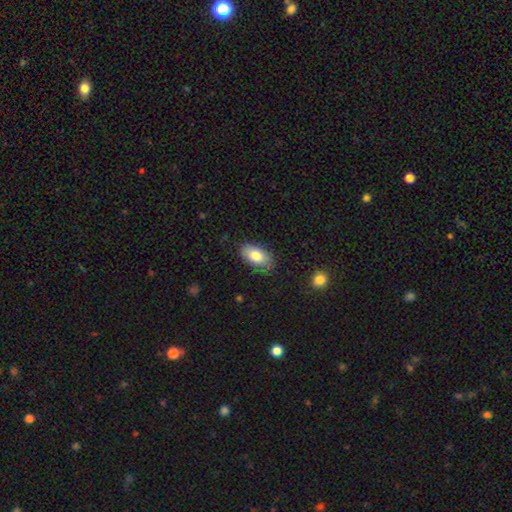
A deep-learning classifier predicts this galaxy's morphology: smooth-or-featured: smooth: 80% | featured or disk: 14% | star or artifact: 7%
  how-rounded: in between: 93% | round: 4% | cigar-shaped: 2%
  merging: none: 75% | minor disturbance: 19% | major disturbance: 5% | merger: 1%